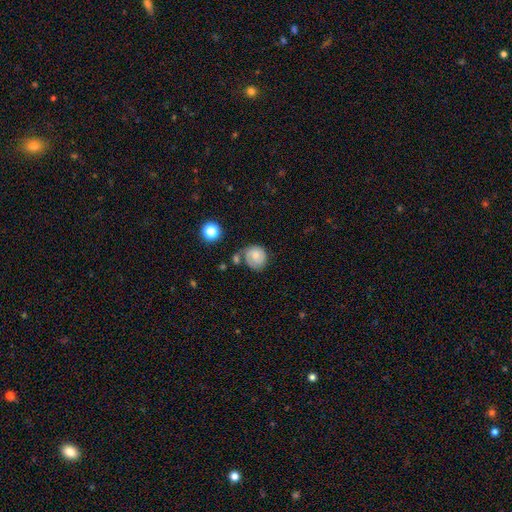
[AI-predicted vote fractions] Smooth or featured? featured or disk (46%)
Merging? none (53%)